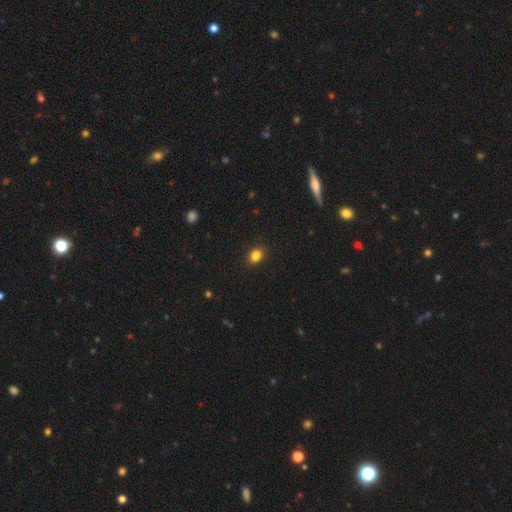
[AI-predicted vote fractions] This is clearly a smooth galaxy (85%). How rounded: likely in between (67%). Merging: clearly none (88%).